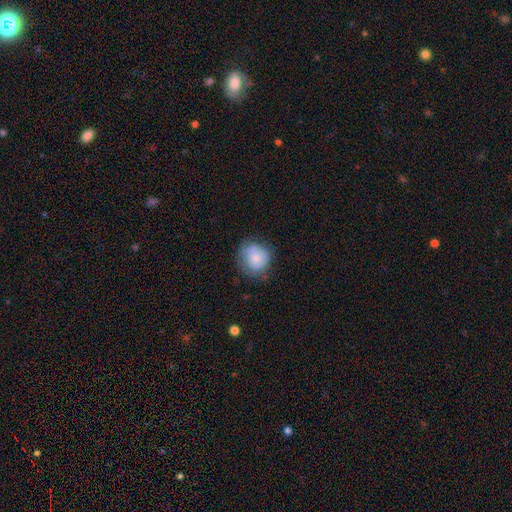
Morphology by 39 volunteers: Smooth or featured? 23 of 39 (59%) said smooth. How rounded? 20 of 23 (87%) said round. Merging? 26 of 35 (74%) said none.